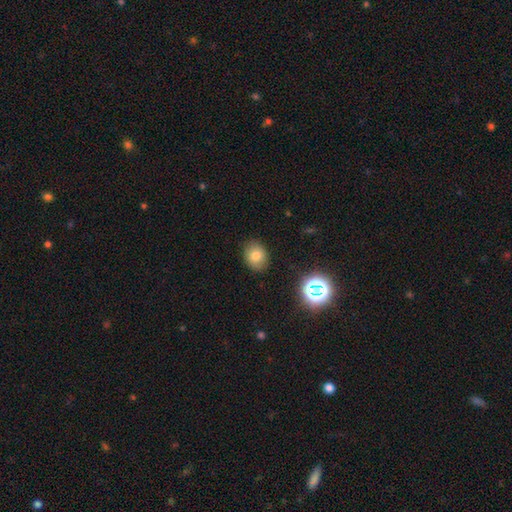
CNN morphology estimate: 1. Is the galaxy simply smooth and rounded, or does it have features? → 77% smooth, 14% star or artifact, 10% featured or disk.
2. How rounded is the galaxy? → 52% in between, 47% round, 1% cigar-shaped.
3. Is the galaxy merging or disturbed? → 85% none, 11% minor disturbance, 3% major disturbance, 1% merger.